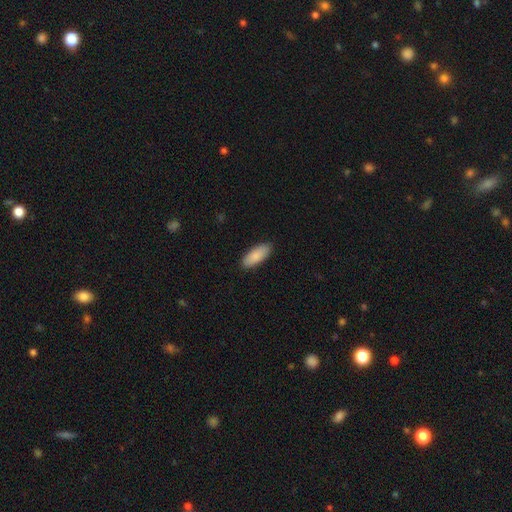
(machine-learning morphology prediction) smooth_or_featured: smooth (p=0.87) [alt: featured or disk p=0.08]
how_rounded: in between (p=0.81) [alt: cigar-shaped p=0.17]
merging: none (p=0.89) [alt: minor disturbance p=0.09]